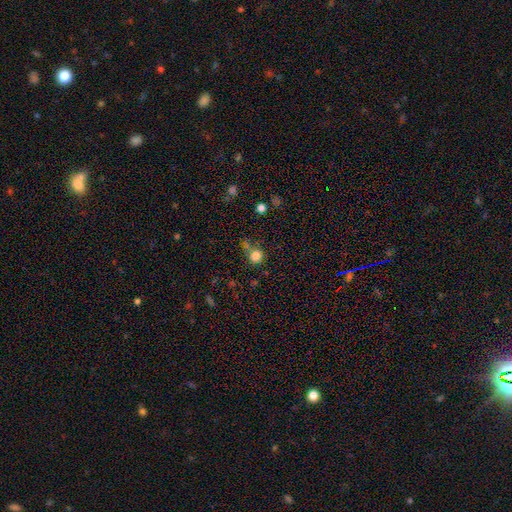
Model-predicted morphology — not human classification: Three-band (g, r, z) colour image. It shows a smooth galaxy with no disk features (81%) that is round (87%). Merging: none (61%).